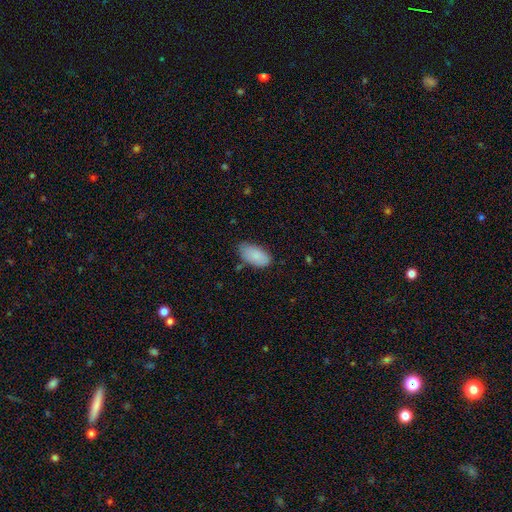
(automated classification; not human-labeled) smooth-or-featured: smooth: 87% | star or artifact: 7% | featured or disk: 6%
  how-rounded: in between: 94% | cigar-shaped: 3% | round: 3%
  merging: none: 68% | minor disturbance: 25% | major disturbance: 4% | merger: 3%